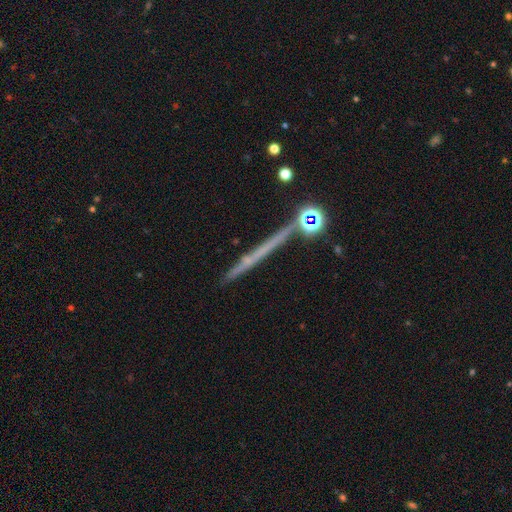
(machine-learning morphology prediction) featured or disk 54%, smooth 29%, star or artifact 17%. Down the decision tree: edge-on disk — yes (94%); edge-on bulge — none (83%); merging — none (78%).